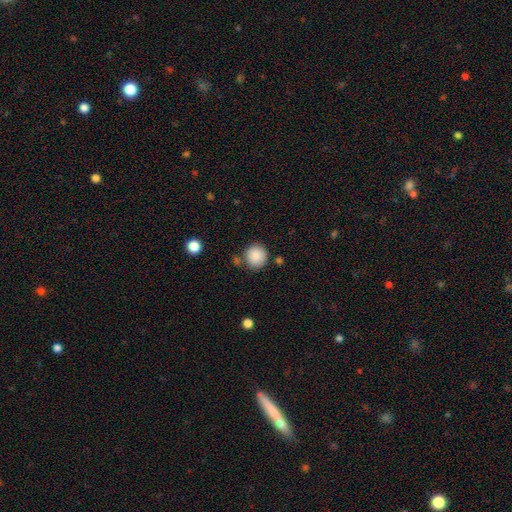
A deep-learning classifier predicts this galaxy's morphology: type=smooth (88%); roundness=round (91%); merging=none (80%).